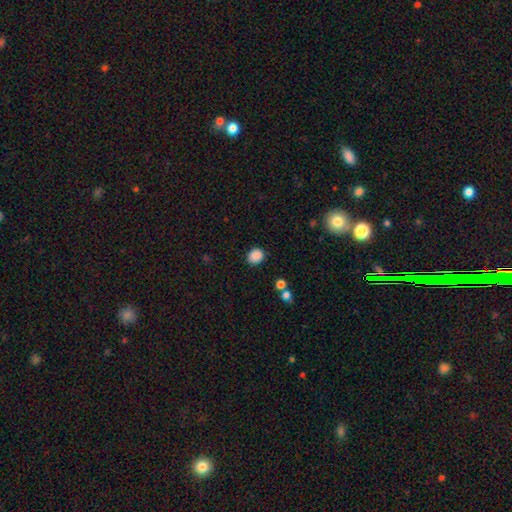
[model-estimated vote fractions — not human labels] smooth_or_featured: smooth (p=0.87) [alt: star or artifact p=0.10]
how_rounded: round (p=0.68) [alt: in between p=0.31]
merging: none (p=0.86) [alt: minor disturbance p=0.09]